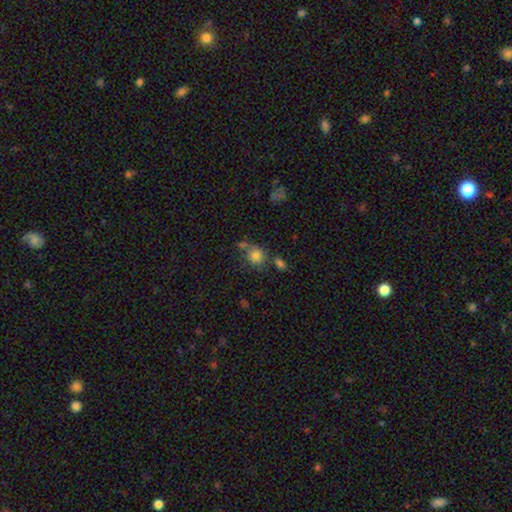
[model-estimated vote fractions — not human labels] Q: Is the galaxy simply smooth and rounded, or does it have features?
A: smooth — 77%.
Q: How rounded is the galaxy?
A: round — 69%.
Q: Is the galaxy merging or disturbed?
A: none — 58%.